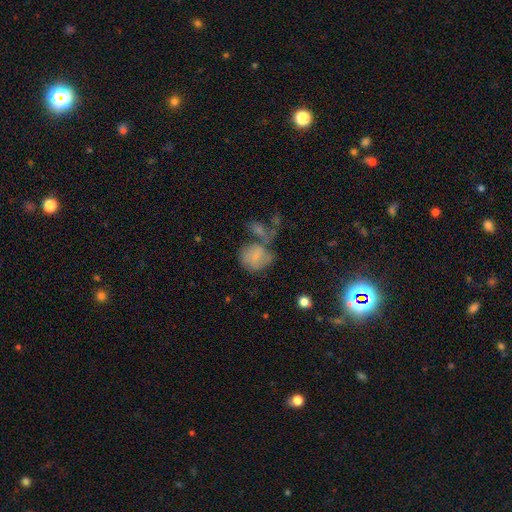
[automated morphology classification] The model was most divided on "merging": merger: 41%, none: 27%, major disturbance: 16%, minor disturbance: 16%. More confident: smooth or featured — smooth (67%); how rounded — round (63%).